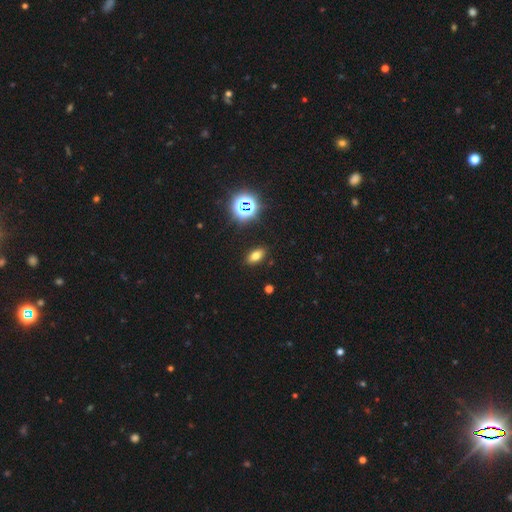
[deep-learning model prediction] Overall: smooth (69%). How rounded: in between (85%). Merging: none (89%).